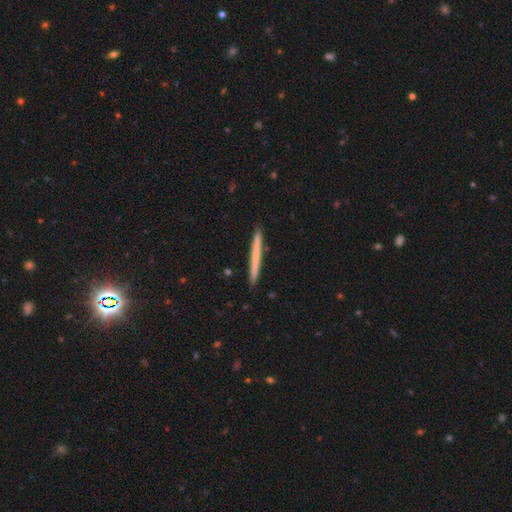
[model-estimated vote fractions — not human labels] Smooth or featured? smooth (60%)
How rounded? cigar-shaped (97%)
Merging? none (92%)